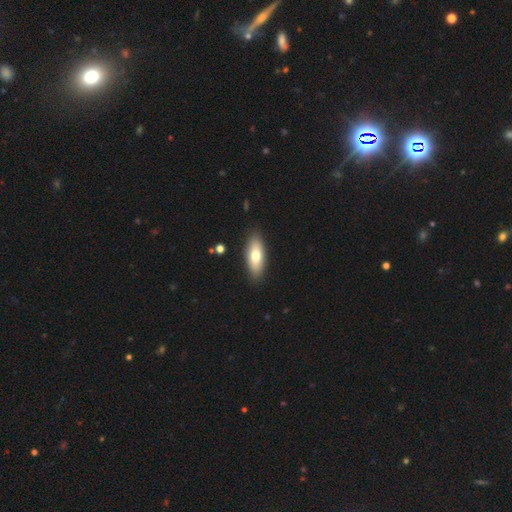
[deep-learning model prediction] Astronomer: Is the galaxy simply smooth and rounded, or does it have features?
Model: smooth — 71%.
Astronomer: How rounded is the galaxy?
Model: in between — 77%.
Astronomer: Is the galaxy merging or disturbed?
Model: none — 88%.